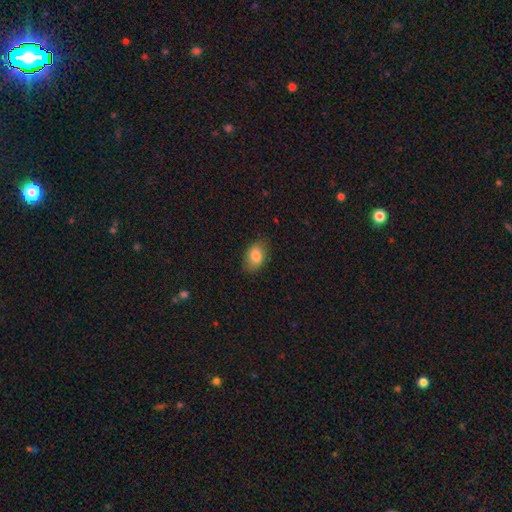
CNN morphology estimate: Smooth or featured? Predicted: smooth (p=0.82). How rounded? Predicted: in between (p=0.84). Merging? Predicted: none (p=0.82).